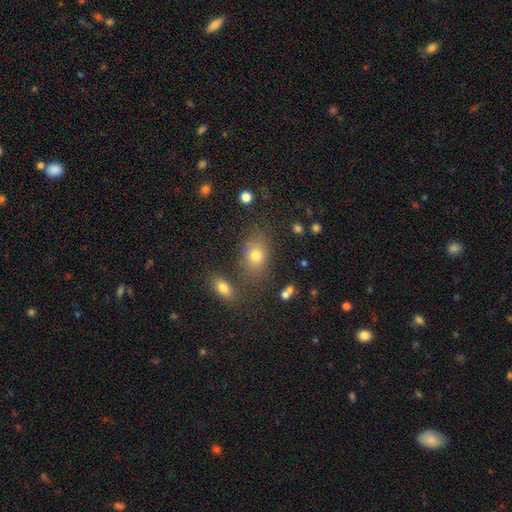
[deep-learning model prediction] Overall: smooth (73%). How rounded: in between (73%). Merging: none (75%).